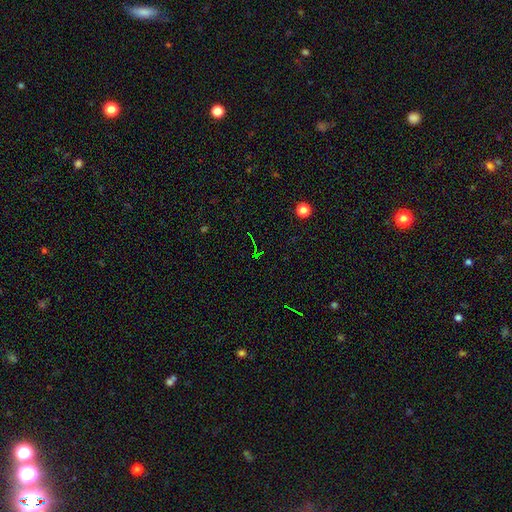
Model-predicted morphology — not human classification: smooth_or_featured: star or artifact (p=0.77) [alt: smooth p=0.13]